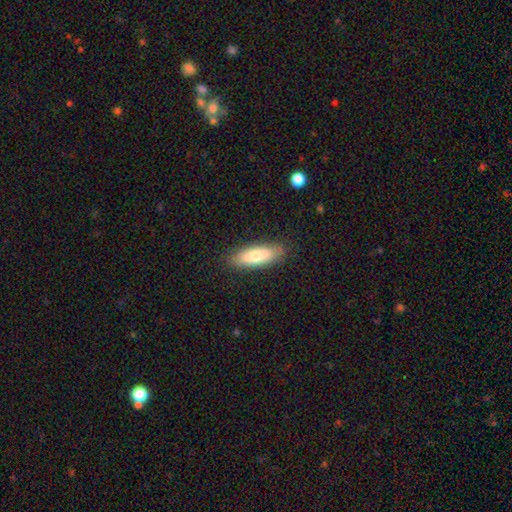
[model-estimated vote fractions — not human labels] smooth_or_featured: smooth (p=0.74) [alt: featured or disk p=0.20]
how_rounded: in between (p=0.53) [alt: cigar-shaped p=0.45]
merging: none (p=0.86) [alt: minor disturbance p=0.10]